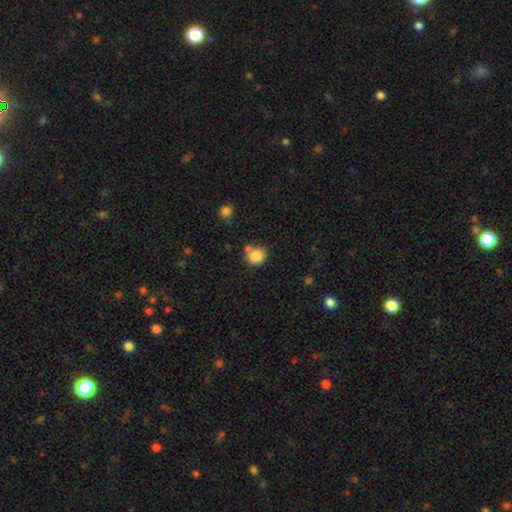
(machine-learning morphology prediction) Smooth or featured? smooth (85%)
How rounded? round (82%)
Merging? none (65%)